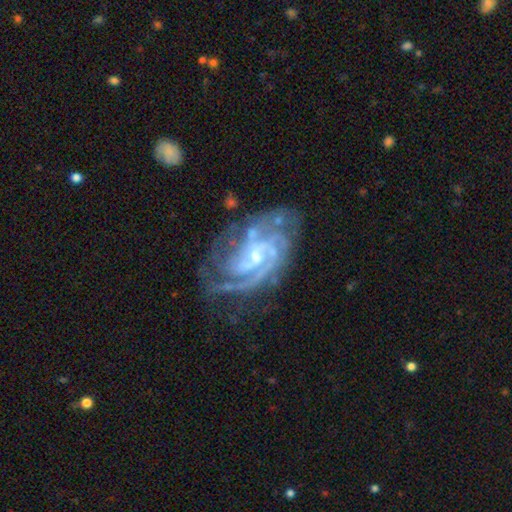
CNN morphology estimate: Q: Smooth or featured?
A: featured or disk (90%); runner-up: star or artifact (5%)
Q: Edge-on disk?
A: no (97%); runner-up: yes (3%)
Q: Bar?
A: no (46%); runner-up: weak (42%)
Q: Spiral arms?
A: yes (97%); runner-up: no (3%)
Q: Spiral winding?
A: tight (53%); runner-up: medium (39%)
Q: Spiral arm count?
A: 3 (32%); runner-up: 2 (20%)
Q: Bulge size?
A: small (66%); runner-up: moderate (27%)
Q: Merging?
A: none (63%); runner-up: minor disturbance (21%)